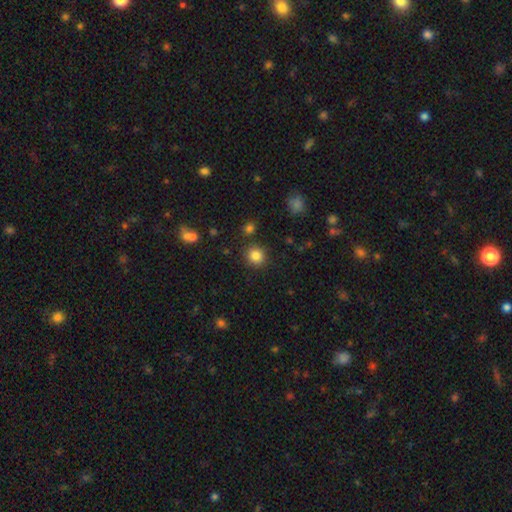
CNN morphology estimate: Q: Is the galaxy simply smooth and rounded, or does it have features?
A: smooth — 84%.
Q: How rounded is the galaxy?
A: round — 88%.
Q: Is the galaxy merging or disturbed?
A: none — 87%.